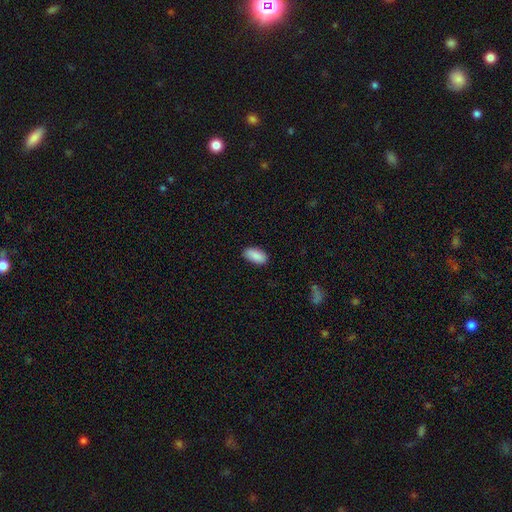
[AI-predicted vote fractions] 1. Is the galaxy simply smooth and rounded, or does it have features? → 90% smooth, 6% star or artifact, 4% featured or disk.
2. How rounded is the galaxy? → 93% in between, 5% cigar-shaped, 2% round.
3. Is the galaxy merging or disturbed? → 86% none, 10% minor disturbance, 2% major disturbance, 1% merger.